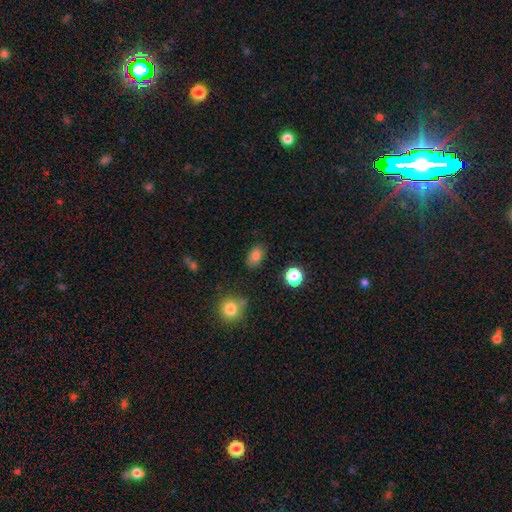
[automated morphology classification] smooth 82%, star or artifact 11%, featured or disk 7%. Down the decision tree: how rounded — in between (81%); merging — none (81%).